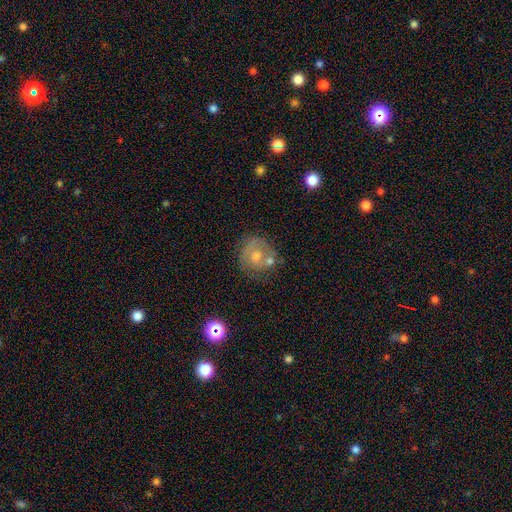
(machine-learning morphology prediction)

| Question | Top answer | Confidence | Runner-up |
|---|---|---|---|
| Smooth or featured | featured or disk | 57% | smooth (30%) |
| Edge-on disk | no | 97% | yes (3%) |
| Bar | no | 73% | weak (22%) |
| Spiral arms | yes | 62% | no (38%) |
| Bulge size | moderate | 54% | small (36%) |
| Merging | none | 57% | minor disturbance (18%) |